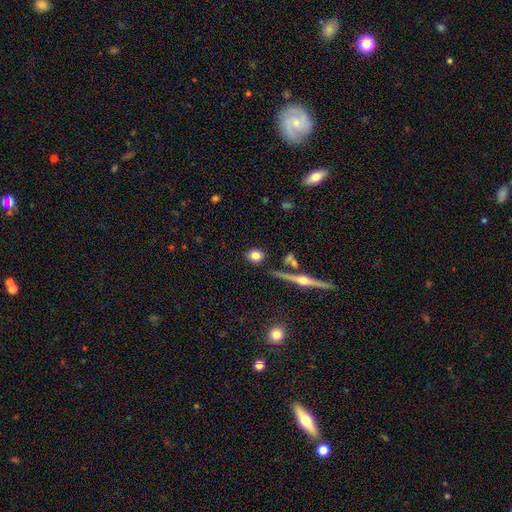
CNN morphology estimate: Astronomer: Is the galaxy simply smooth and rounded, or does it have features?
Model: smooth — 76%.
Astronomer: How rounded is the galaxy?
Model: round — 74%.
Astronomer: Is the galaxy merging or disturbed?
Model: none — 83%.